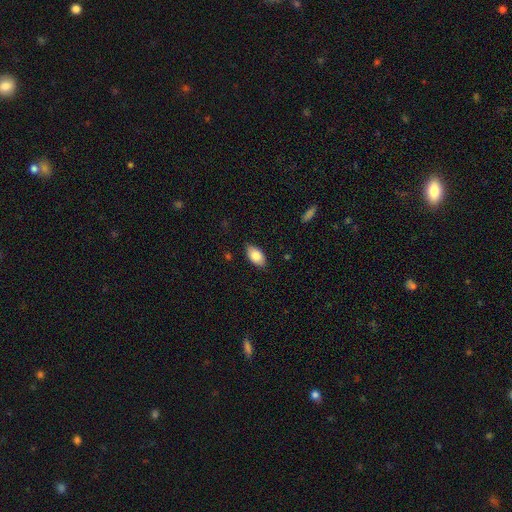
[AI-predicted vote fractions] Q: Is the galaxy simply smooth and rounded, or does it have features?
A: smooth — 84%.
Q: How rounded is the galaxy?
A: in between — 93%.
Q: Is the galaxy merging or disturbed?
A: none — 84%.